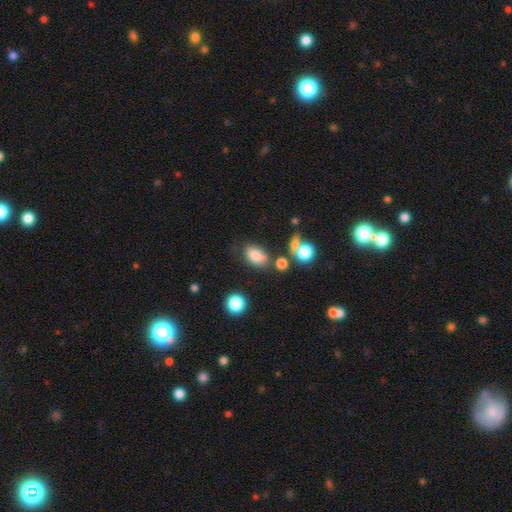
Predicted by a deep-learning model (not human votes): A smooth galaxy with no disk features (82%) that is in between round and cigar-shaped (88%).

Vote fractions:
- Smooth or featured? smooth: 82% / star or artifact: 10% / featured or disk: 8%
- How rounded? in between: 88% / round: 10% / cigar-shaped: 2%
- Merging? none: 64% / minor disturbance: 18% / merger: 11% / major disturbance: 7%